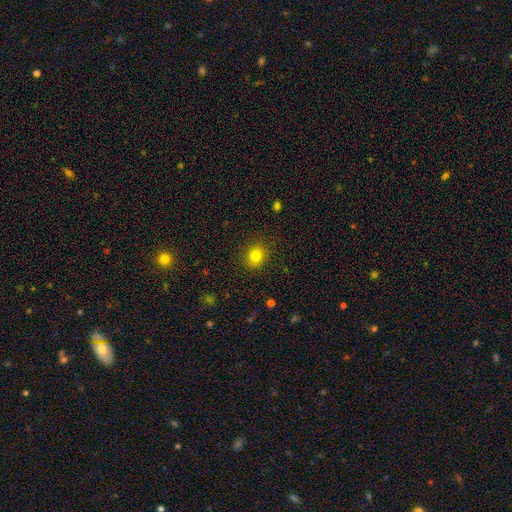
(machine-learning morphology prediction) Q: Smooth or featured?
A: smooth (80%); runner-up: star or artifact (13%)
Q: How rounded?
A: round (70%); runner-up: in between (29%)
Q: Merging?
A: none (89%); runner-up: minor disturbance (8%)